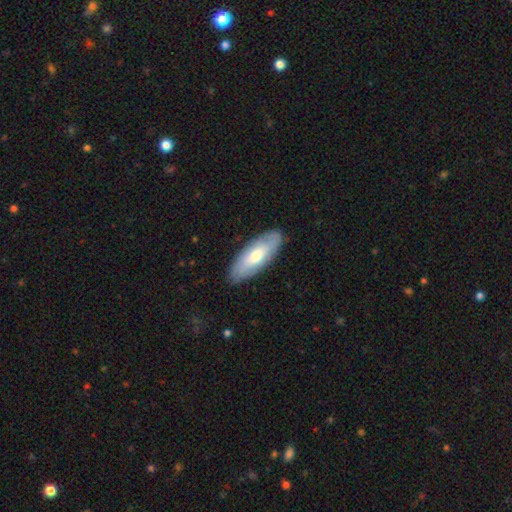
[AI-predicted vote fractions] Smooth or featured? Predicted: smooth (p=0.62). How rounded? Predicted: in between (p=0.74). Merging? Predicted: none (p=0.86).